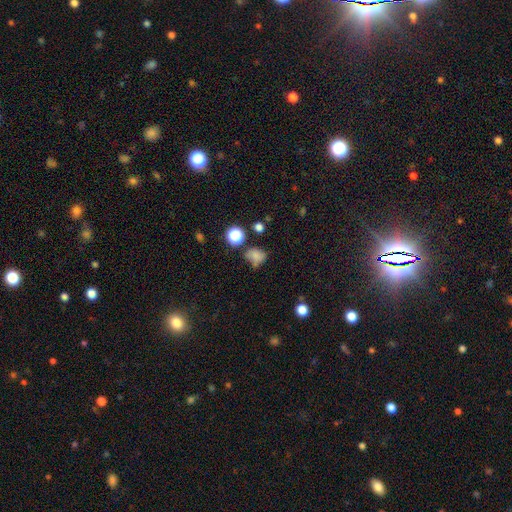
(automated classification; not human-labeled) Overall: smooth (73%). How rounded: round (53%; in between 46%). Merging: none (47%; minor disturbance 29%).